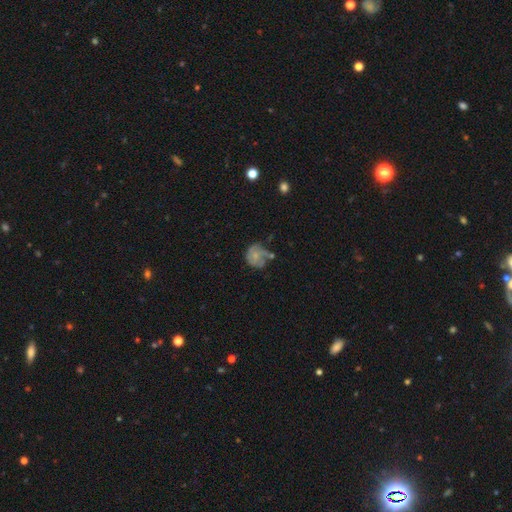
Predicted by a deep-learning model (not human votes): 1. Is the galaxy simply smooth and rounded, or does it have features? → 49% featured or disk, 42% smooth, 9% star or artifact.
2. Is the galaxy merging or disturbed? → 40% none, 28% minor disturbance, 20% major disturbance, 11% merger.